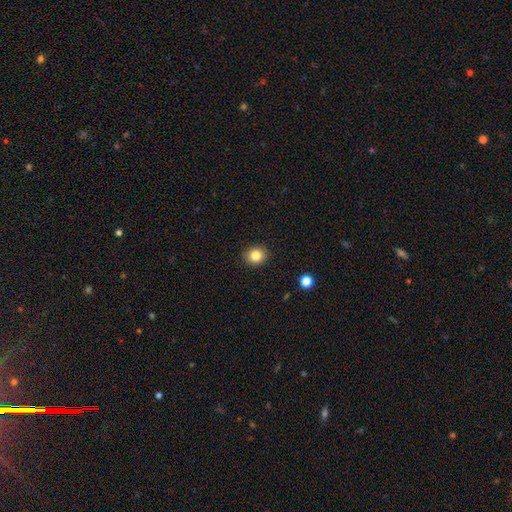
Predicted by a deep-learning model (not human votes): Smooth or featured? Predicted: smooth (p=0.83). How rounded? Predicted: round (p=0.78). Merging? Predicted: none (p=0.90).